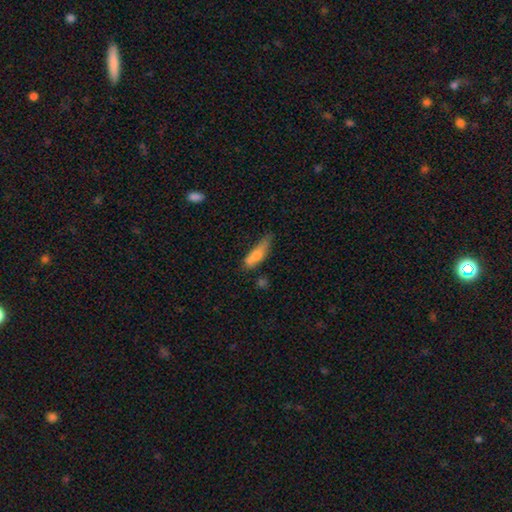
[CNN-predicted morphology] This appears to be a smooth galaxy with no disk features (67%) that is cigar-shaped (56%). Merging: none (40%).